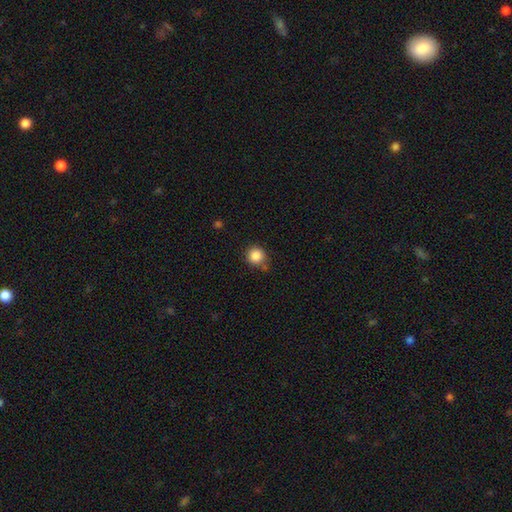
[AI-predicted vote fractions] Morphology: type=smooth (86%); roundness=round (91%); merging=none (76%).